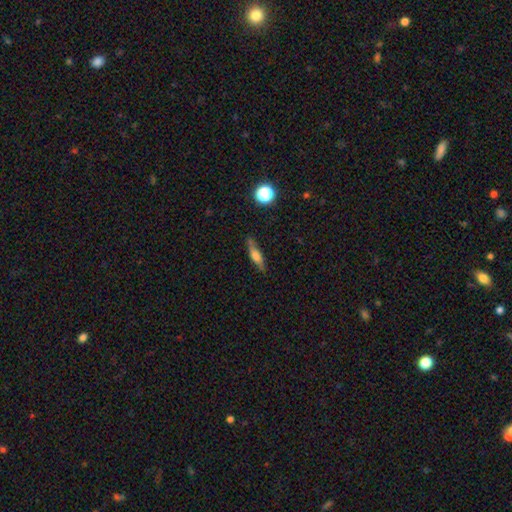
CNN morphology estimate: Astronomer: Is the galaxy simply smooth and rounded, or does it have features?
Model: smooth — 55% (runner-up: featured or disk, 36%).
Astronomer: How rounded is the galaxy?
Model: cigar-shaped — 70%.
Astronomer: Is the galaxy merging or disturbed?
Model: none — 79%.